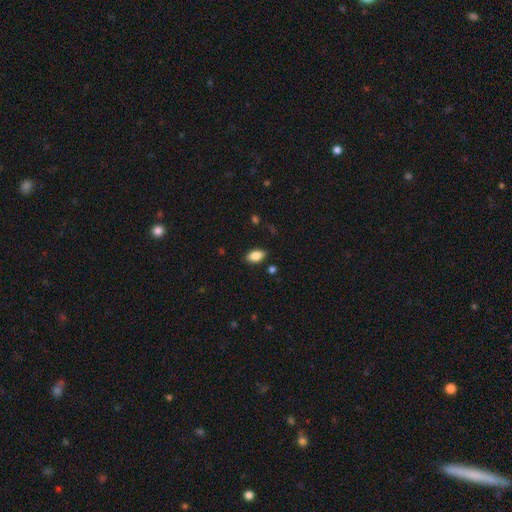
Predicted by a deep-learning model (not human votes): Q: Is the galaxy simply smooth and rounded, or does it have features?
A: smooth — 83%.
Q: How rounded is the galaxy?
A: in between — 91%.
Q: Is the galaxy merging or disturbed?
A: none — 85%.